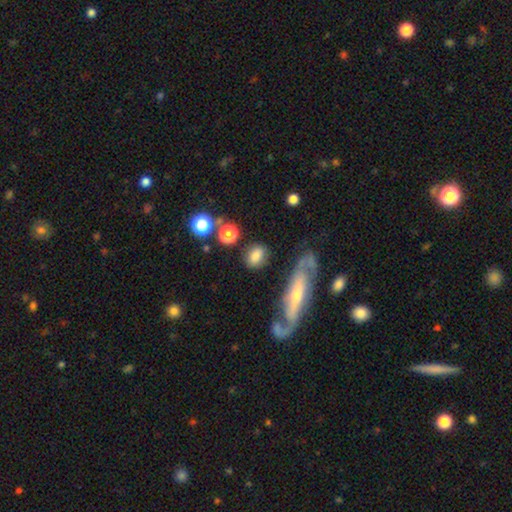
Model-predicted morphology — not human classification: This appears to be a smooth galaxy with no disk features (80%) that is in between round and cigar-shaped (58%). Merging: none (78%).